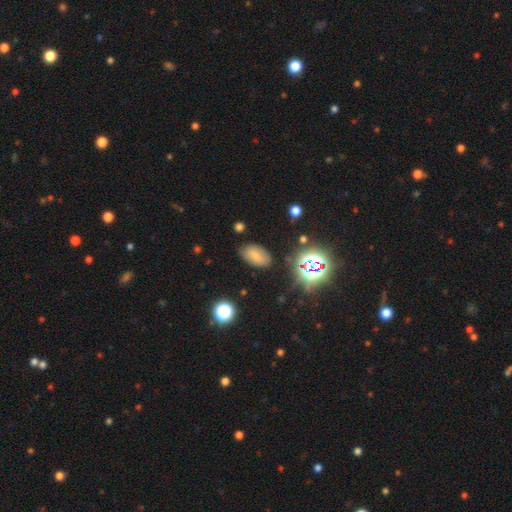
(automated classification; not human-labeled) Smooth or featured: smooth — 68% (star or artifact — 17%)
How rounded: in between — 92% (round — 7%)
Merging: none — 82% (minor disturbance — 13%)